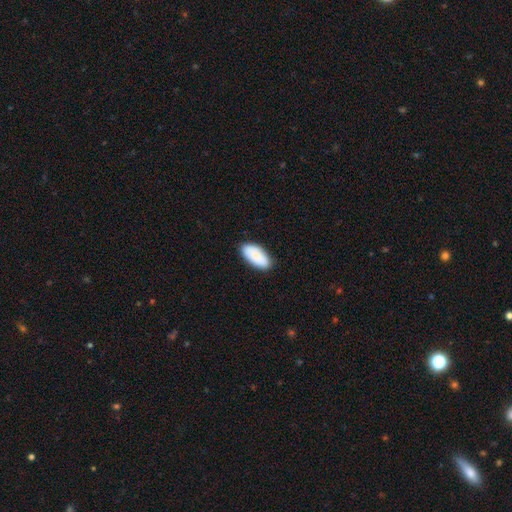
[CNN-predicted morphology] A smooth galaxy with no disk features (84%) that is in between round and cigar-shaped (94%).

Vote fractions:
- Smooth or featured? smooth: 84% / featured or disk: 10% / star or artifact: 6%
- How rounded? in between: 94% / cigar-shaped: 4% / round: 2%
- Merging? none: 86% / minor disturbance: 11% / major disturbance: 2% / merger: 1%